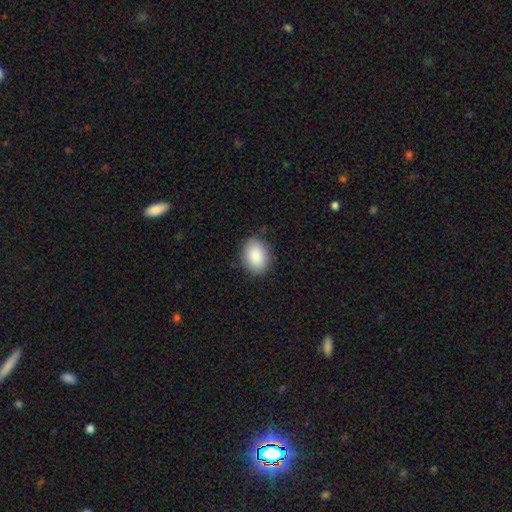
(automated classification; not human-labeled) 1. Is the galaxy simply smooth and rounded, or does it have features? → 89% smooth, 7% star or artifact, 4% featured or disk.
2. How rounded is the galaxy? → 73% in between, 26% round, 1% cigar-shaped.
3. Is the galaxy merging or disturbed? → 86% none, 10% minor disturbance, 2% major disturbance, 1% merger.